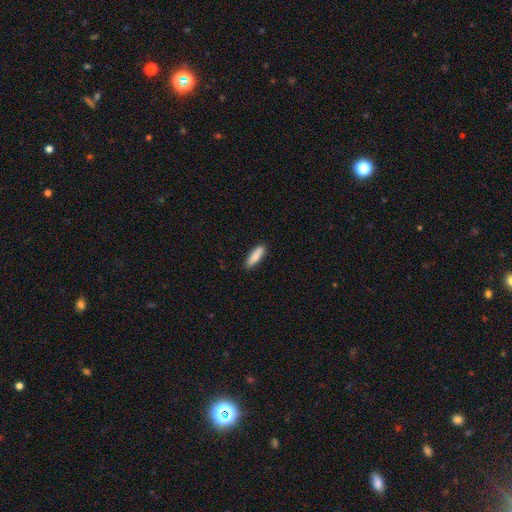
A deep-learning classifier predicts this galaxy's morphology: This is clearly a smooth galaxy (87%). How rounded: likely cigar-shaped (61%). Merging: clearly none (88%).